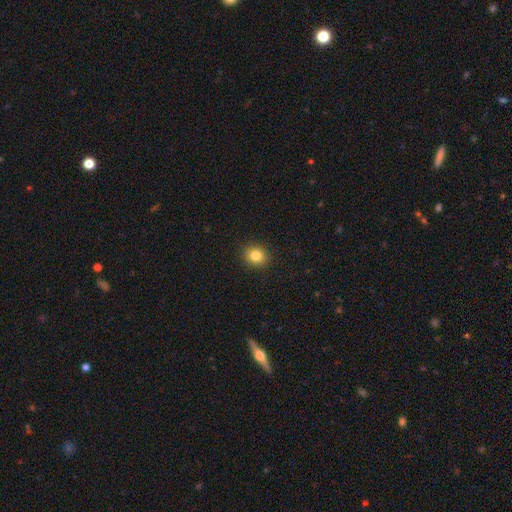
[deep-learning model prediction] Q: Smooth or featured?
A: smooth (83%); runner-up: star or artifact (11%)
Q: How rounded?
A: round (77%); runner-up: in between (22%)
Q: Merging?
A: none (92%); runner-up: minor disturbance (6%)